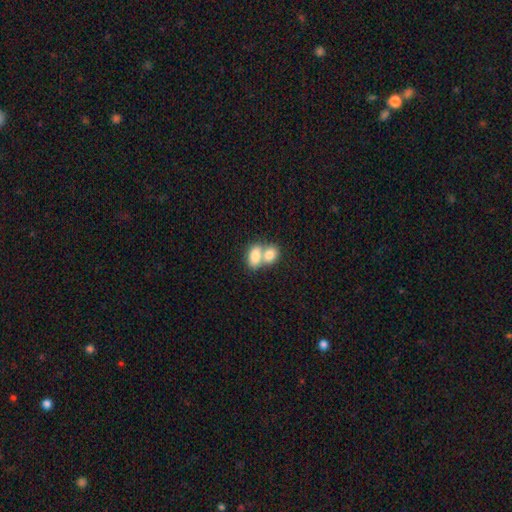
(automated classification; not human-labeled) Smooth or featured? Predicted: smooth (p=0.80). How rounded? Predicted: in between (p=0.81). Merging? Predicted: merger (p=0.70).